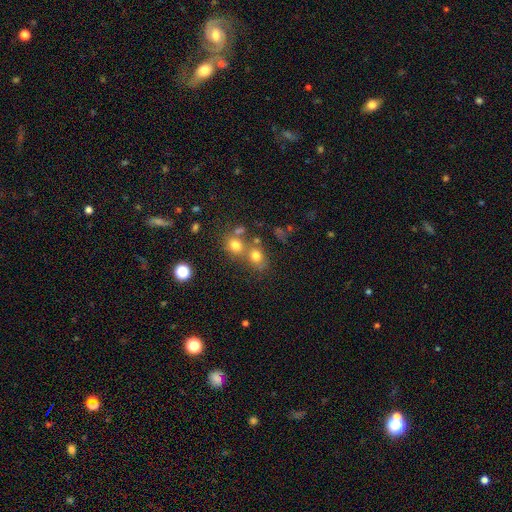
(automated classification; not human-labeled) This is likely a smooth galaxy (72%). How rounded: likely round (68%). Merging: possibly none (45%).